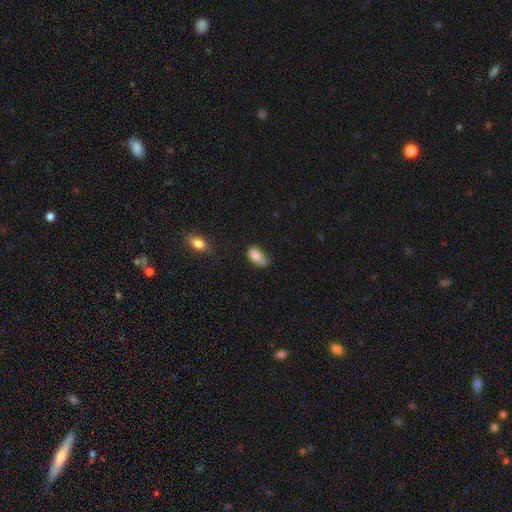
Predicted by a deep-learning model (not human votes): Smooth or featured?
  - smooth: 82% *
  - featured or disk: 10%
  - star or artifact: 8%
How rounded?
  - in between: 90% *
  - cigar-shaped: 5%
  - round: 5%
Merging?
  - minor disturbance: 43% *
  - none: 39%
  - major disturbance: 14%
  - merger: 4%